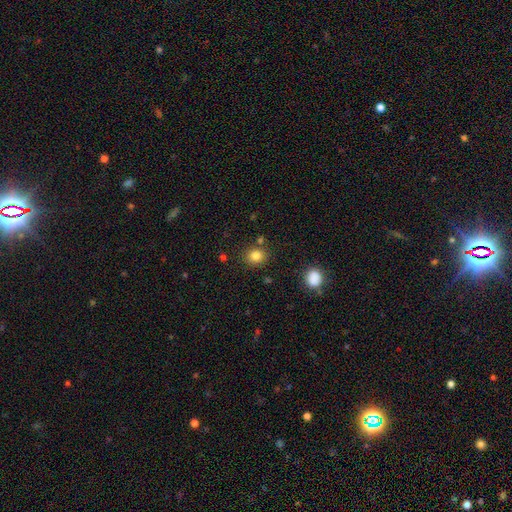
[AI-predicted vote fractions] Smooth or featured? Predicted: smooth (p=0.82). How rounded? Predicted: round (p=0.75). Merging? Predicted: none (p=0.82).